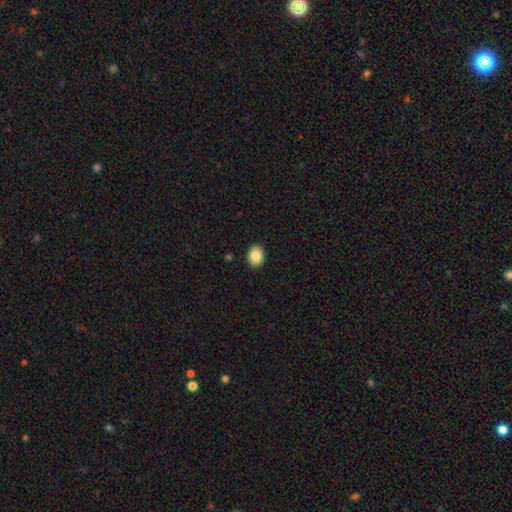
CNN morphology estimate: Overall: smooth (86%). How rounded: in between (55%; round 44%). Merging: none (91%).